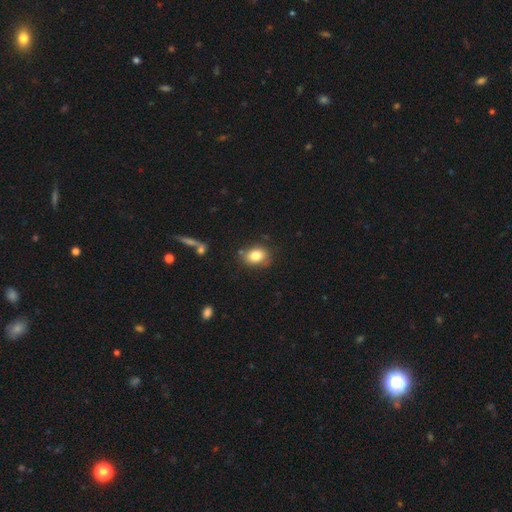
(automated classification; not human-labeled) smooth-or-featured: smooth: 82% | star or artifact: 9% | featured or disk: 8%
  how-rounded: in between: 64% | round: 35% | cigar-shaped: 1%
  merging: none: 77% | minor disturbance: 16% | merger: 4% | major disturbance: 4%